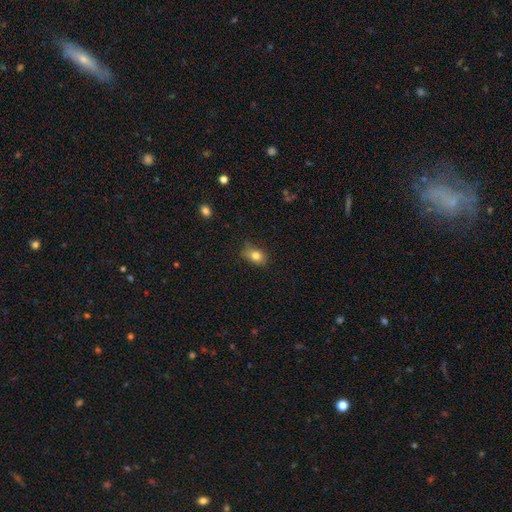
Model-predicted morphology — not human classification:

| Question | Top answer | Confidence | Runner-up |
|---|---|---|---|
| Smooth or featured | smooth | 80% | featured or disk (11%) |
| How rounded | in between | 76% | round (22%) |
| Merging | none | 70% | minor disturbance (23%) |